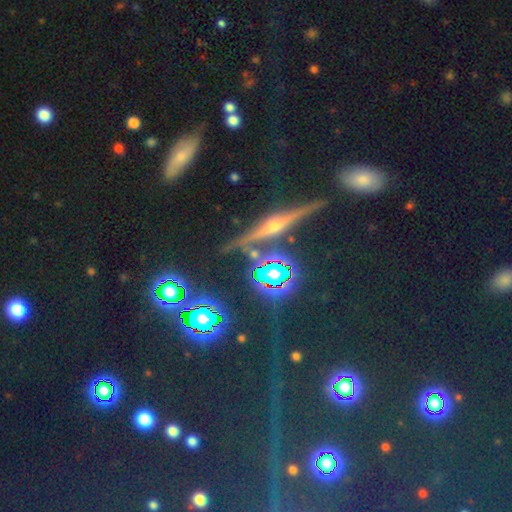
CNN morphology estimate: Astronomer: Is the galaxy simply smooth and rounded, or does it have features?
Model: featured or disk — 41%, tied with star or artifact at 41%.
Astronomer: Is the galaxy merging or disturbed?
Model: none — 81%.